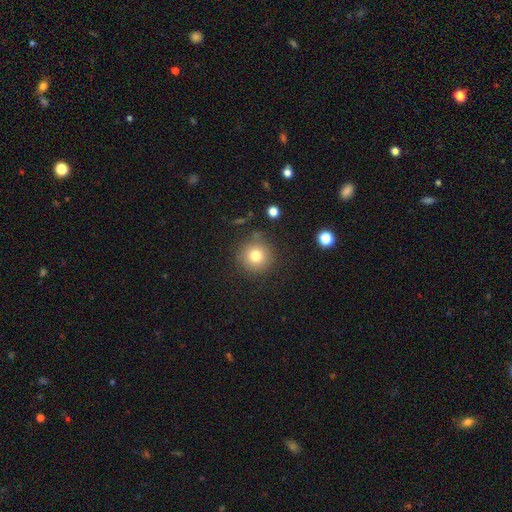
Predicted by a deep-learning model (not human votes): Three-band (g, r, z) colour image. It shows a smooth galaxy with no disk features (77%) that is round (95%). Merging: none (85%).